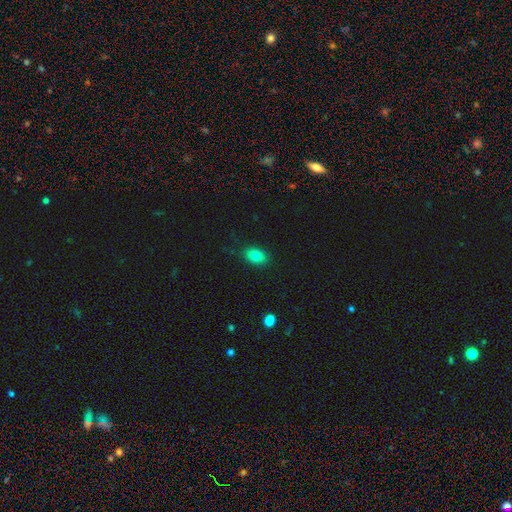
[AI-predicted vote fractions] Overall: smooth (82%). How rounded: in between (82%). Merging: none (87%).